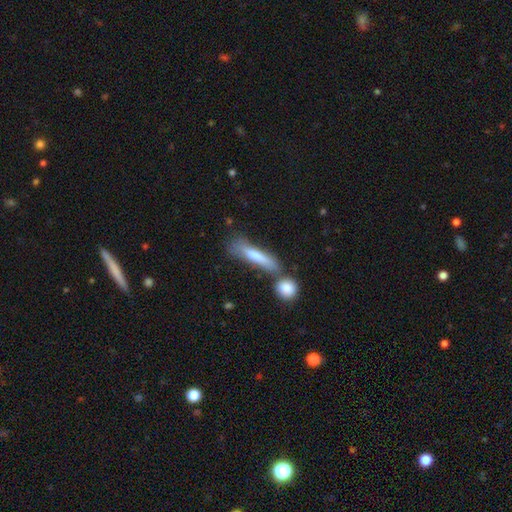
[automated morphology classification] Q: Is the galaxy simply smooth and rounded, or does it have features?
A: smooth — 66%.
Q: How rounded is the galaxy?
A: cigar-shaped — 80%.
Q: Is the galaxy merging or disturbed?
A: none — 50%.